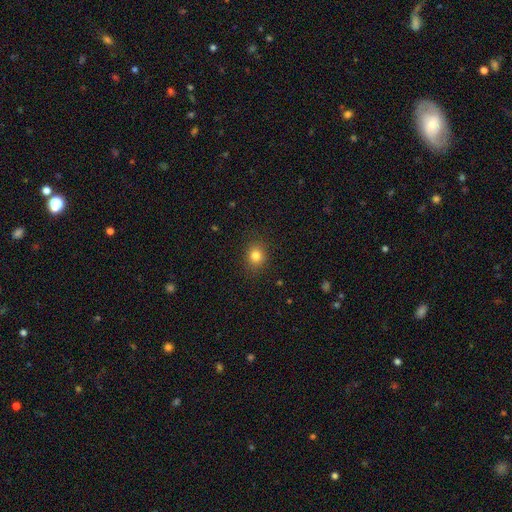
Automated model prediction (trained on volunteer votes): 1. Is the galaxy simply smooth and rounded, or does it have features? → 82% smooth, 12% star or artifact, 6% featured or disk.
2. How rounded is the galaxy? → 65% round, 34% in between, 1% cigar-shaped.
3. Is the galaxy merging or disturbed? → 88% none, 8% minor disturbance, 3% major disturbance, 1% merger.